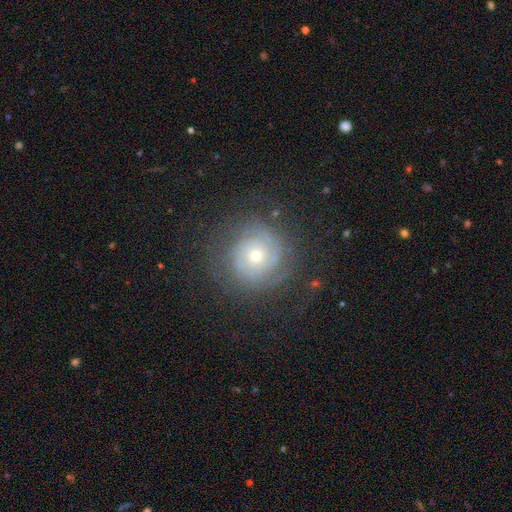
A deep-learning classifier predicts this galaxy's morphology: Smooth or featured: featured or disk — 73% (smooth — 17%)
Edge-on disk: no — 97% (yes — 3%)
Bar: no — 83% (weak — 13%)
Spiral arms: yes — 89% (no — 11%)
Spiral winding: tight — 73% (medium — 20%)
Spiral arm count: can't tell — 36% (2 — 30%)
Bulge size: small — 61% (moderate — 35%)
Merging: none — 74% (minor disturbance — 15%)